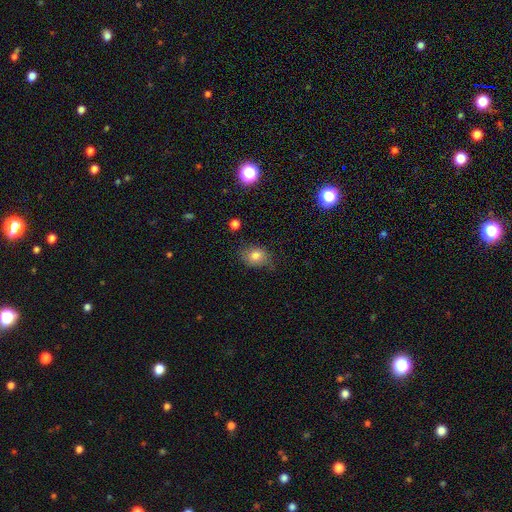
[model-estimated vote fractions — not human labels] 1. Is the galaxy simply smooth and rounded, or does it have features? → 78% smooth, 11% featured or disk, 11% star or artifact.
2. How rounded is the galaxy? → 57% in between, 42% round, 1% cigar-shaped.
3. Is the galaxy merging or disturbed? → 66% none, 25% minor disturbance, 7% major disturbance, 2% merger.